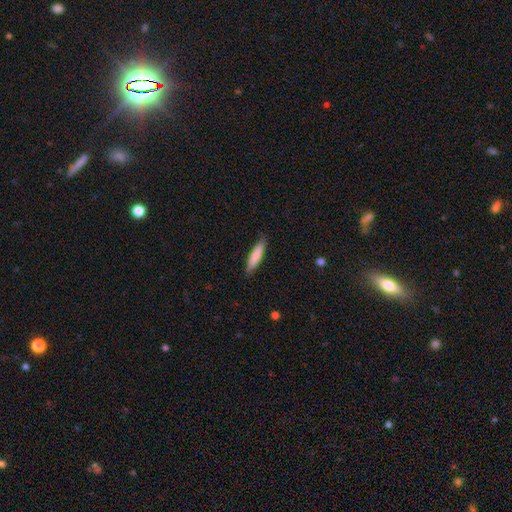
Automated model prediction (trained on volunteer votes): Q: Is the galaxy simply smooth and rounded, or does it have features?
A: smooth — 80%.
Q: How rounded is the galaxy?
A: cigar-shaped — 86%.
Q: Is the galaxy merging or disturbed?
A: none — 86%.